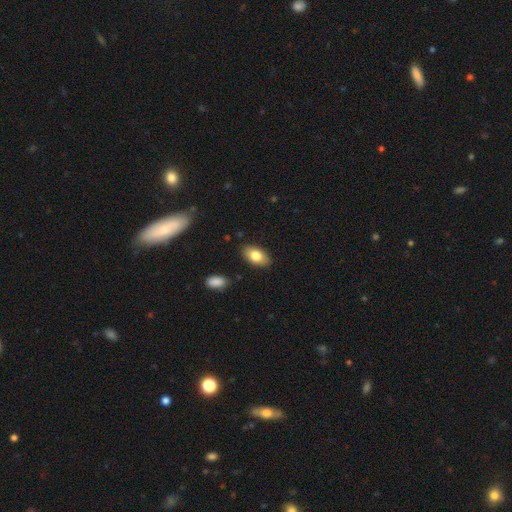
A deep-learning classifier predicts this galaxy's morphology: This is likely a smooth galaxy (79%). How rounded: clearly in between (93%). Merging: clearly none (86%).